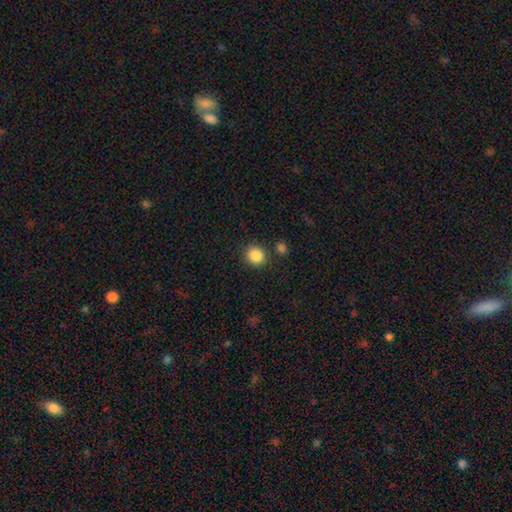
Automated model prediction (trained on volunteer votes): smooth-or-featured: smooth: 86% | star or artifact: 10% | featured or disk: 4%
  how-rounded: round: 87% | in between: 12% | cigar-shaped: 1%
  merging: none: 85% | minor disturbance: 7% | merger: 4% | major disturbance: 3%